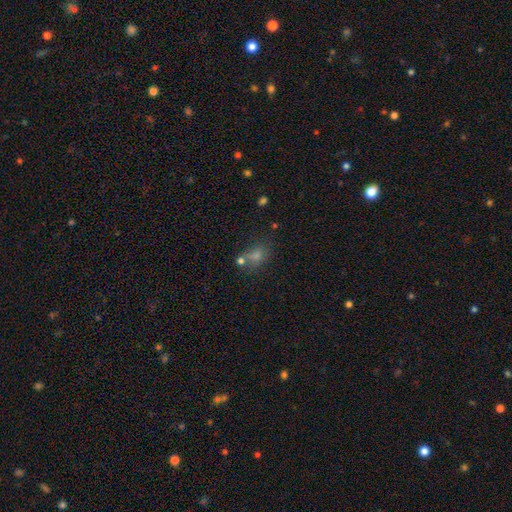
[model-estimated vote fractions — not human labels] Morphology: type=smooth (59%); roundness=round (50%); merging=none (56%).